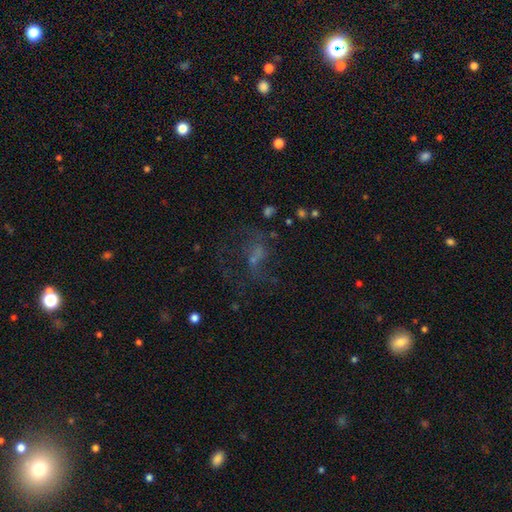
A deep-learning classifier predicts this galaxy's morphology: This appears to be a featured or disk galaxy (49%). Merging: none (41%).